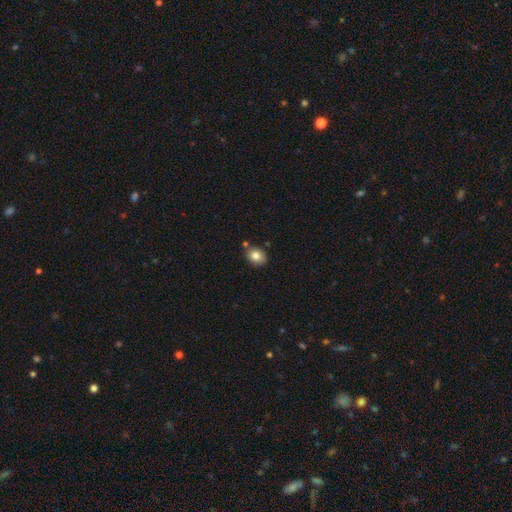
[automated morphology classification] Overall: smooth (82%). How rounded: round (50%; in between 49%). Merging: none (77%).